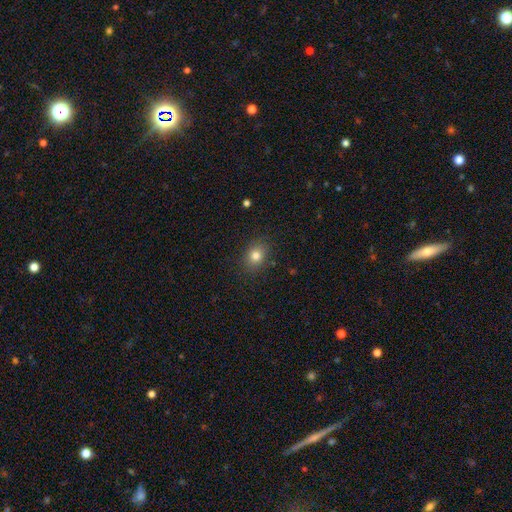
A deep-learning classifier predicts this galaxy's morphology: A smooth galaxy with no disk features (80%) that is in between round and cigar-shaped (51%). Merging: none (86%).